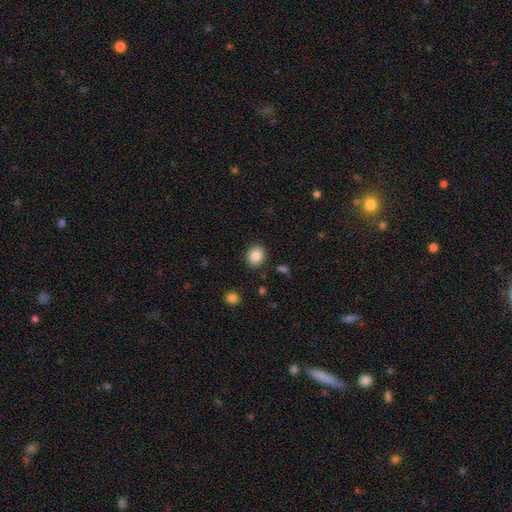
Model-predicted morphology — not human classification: This is clearly a smooth galaxy (86%). How rounded: likely round (63%). Merging: clearly none (88%).